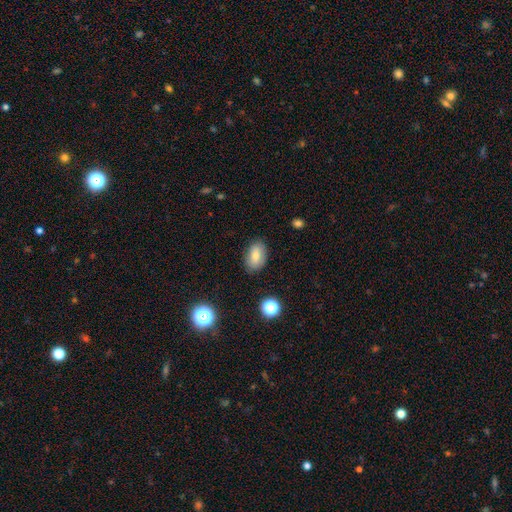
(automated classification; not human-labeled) smooth_or_featured: smooth (p=0.75) [alt: featured or disk p=0.15]
how_rounded: in between (p=0.88) [alt: round p=0.10]
merging: none (p=0.83) [alt: minor disturbance p=0.13]